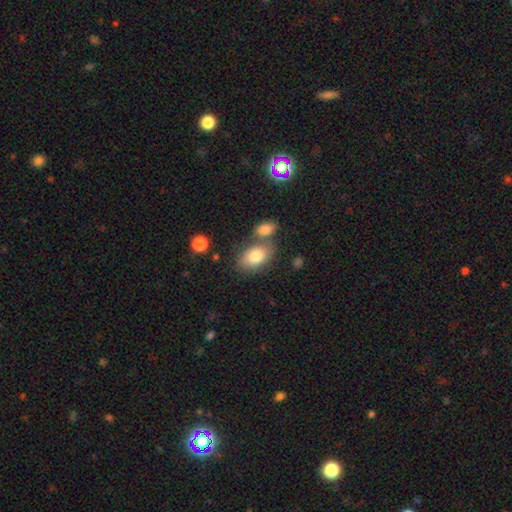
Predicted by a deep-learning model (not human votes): smooth 80%, featured or disk 13%, star or artifact 8%. Down the decision tree: how rounded — in between (87%); merging — none (57%).